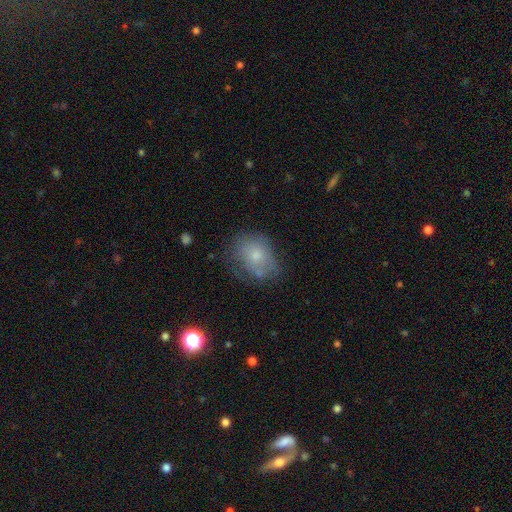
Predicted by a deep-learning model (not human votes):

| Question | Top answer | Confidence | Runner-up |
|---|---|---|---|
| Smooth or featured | smooth | 66% | featured or disk (24%) |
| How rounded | in between | 54% | round (45%) |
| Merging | none | 56% | minor disturbance (28%) |